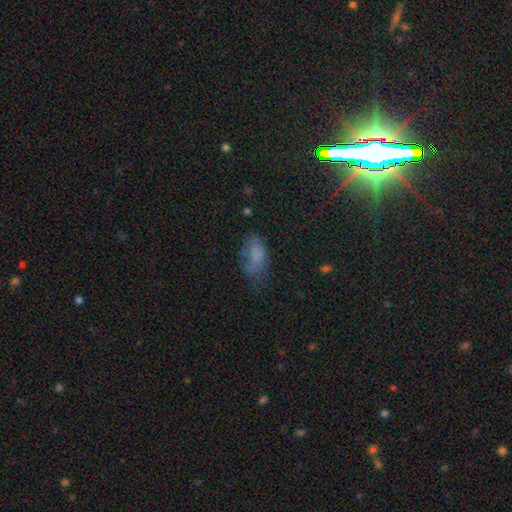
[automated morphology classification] Overall: smooth (68%). How rounded: in between (89%). Merging: none (42%; minor disturbance 31%).